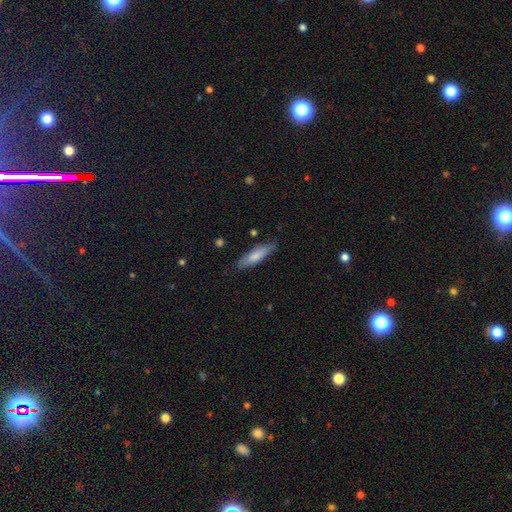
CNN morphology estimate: smooth-or-featured: smooth: 75% | featured or disk: 19% | star or artifact: 5%
  how-rounded: cigar-shaped: 68% | in between: 31% | round: 1%
  merging: none: 81% | minor disturbance: 15% | major disturbance: 3% | merger: 2%